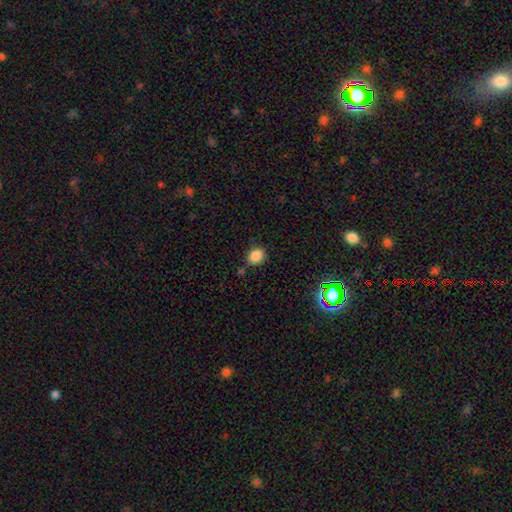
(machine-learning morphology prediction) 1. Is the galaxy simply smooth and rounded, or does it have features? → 85% smooth, 11% star or artifact, 4% featured or disk.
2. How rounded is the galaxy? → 54% round, 45% in between, 1% cigar-shaped.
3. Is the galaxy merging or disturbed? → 77% none, 14% minor disturbance, 5% merger, 4% major disturbance.